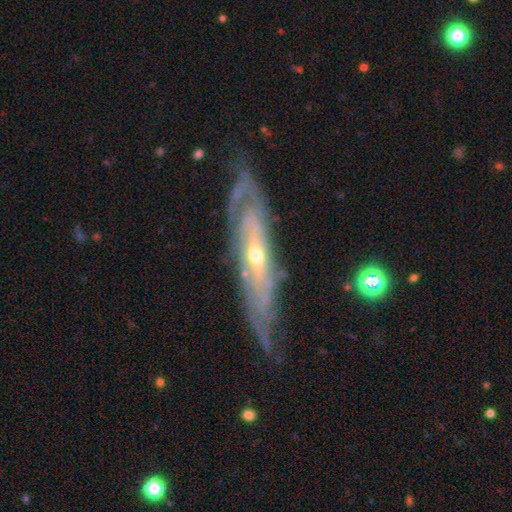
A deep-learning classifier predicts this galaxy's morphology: Smooth or featured? featured or disk (85%)
Edge-on disk? no (66%)
Bar? no (68%)
Spiral arms? yes (85%)
Bulge size? small (52%)
Merging? none (64%)